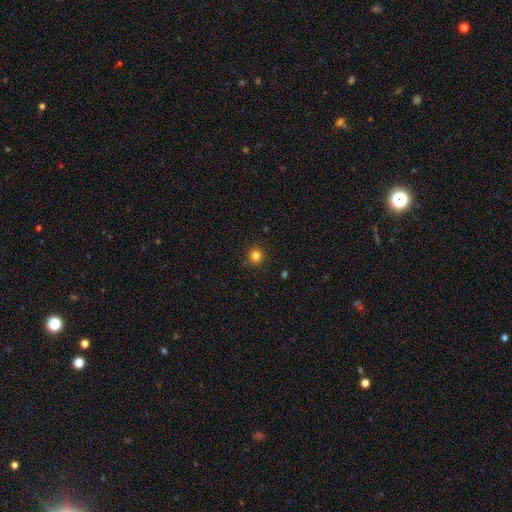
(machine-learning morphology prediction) smooth_or_featured: smooth (p=0.83) [alt: star or artifact p=0.13]
how_rounded: round (p=0.92) [alt: in between p=0.07]
merging: none (p=0.89) [alt: minor disturbance p=0.07]